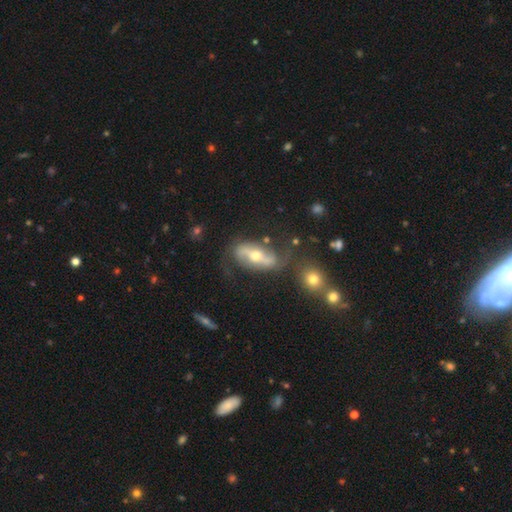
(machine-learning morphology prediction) Smooth or featured? Predicted: featured or disk (p=0.77). Edge-on disk? Predicted: no (p=0.88). Bar? Predicted: strong (p=0.52). Spiral arms? Predicted: yes (p=0.83). Spiral winding? Predicted: loose (p=0.61). Spiral arm count? Predicted: 2 (p=0.89). Bulge size? Predicted: moderate (p=0.64). Merging? Predicted: none (p=0.65).